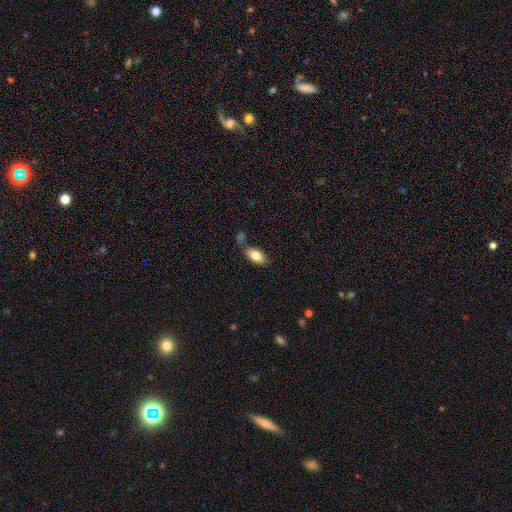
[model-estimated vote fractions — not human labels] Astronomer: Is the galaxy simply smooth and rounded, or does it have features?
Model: smooth — 80%.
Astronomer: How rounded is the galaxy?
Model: in between — 91%.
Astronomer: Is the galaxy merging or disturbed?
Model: none — 65%.